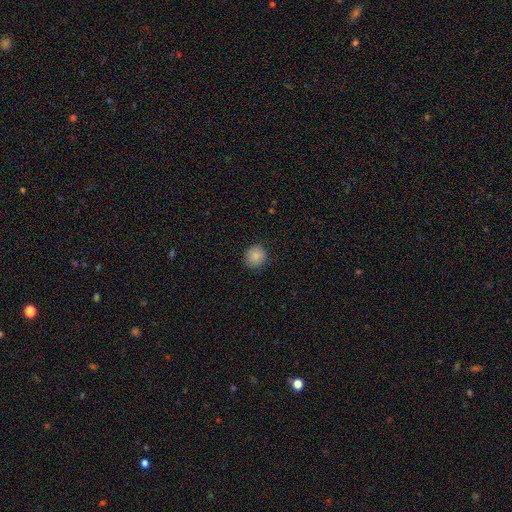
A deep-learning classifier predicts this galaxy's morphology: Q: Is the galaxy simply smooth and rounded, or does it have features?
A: smooth — 83%.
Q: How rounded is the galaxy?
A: round — 83%.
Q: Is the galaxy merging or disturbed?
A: none — 82%.